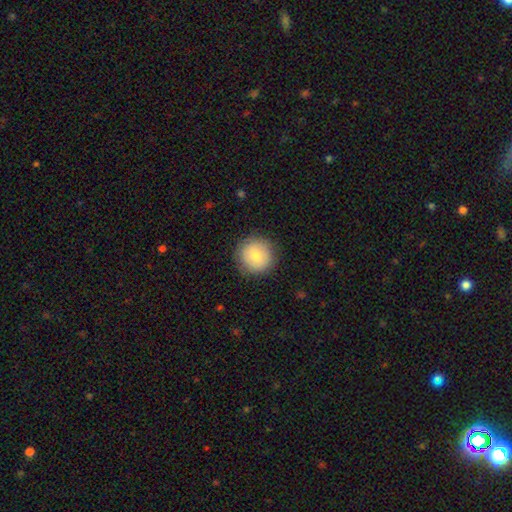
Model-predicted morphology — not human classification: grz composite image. It shows a smooth galaxy with no disk features (78%) that is round (94%). Merging: none (86%).